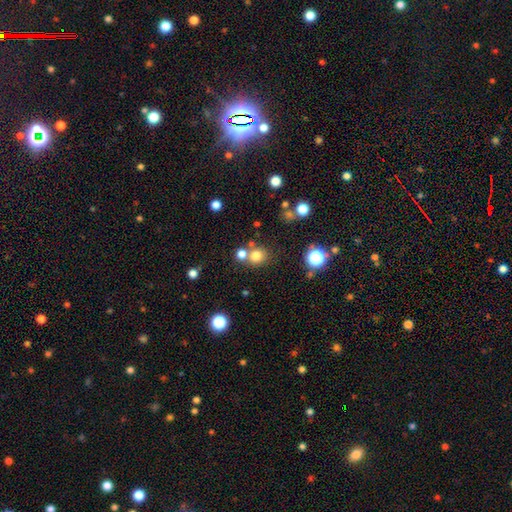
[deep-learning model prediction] Morphology: type=smooth (76%); roundness=round (84%); merging=none (65%).